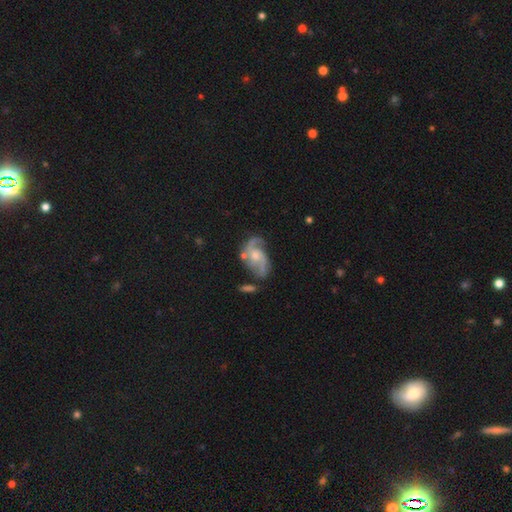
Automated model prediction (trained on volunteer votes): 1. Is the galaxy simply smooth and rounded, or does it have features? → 85% featured or disk, 10% smooth, 6% star or artifact.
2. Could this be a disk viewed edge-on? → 97% no, 3% yes.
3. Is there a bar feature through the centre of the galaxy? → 60% no, 34% weak, 6% strong.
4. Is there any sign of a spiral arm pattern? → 95% yes, 5% no.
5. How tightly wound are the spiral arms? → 49% medium, 34% loose, 17% tight.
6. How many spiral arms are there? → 81% 2, 7% 3, 6% can't tell, 3% 1, 2% 4, 2% more than 4.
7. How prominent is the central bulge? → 49% moderate, 40% small, 6% none, 4% large, 1% dominant.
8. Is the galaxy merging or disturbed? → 57% none, 22% minor disturbance, 11% major disturbance, 9% merger.